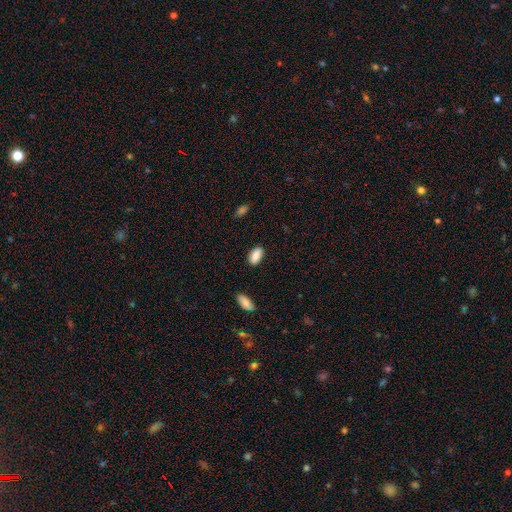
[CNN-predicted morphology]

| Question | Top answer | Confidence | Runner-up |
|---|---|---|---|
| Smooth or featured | smooth | 87% | star or artifact (7%) |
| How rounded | in between | 93% | round (4%) |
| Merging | none | 85% | minor disturbance (11%) |